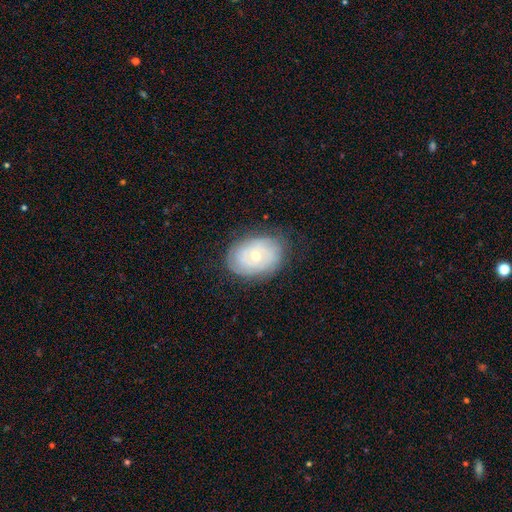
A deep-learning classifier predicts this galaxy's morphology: This is likely a featured or disk galaxy (61%). It is clearly not viewed edge-on (95%). Bar: clearly no (84%). Spiral arm pattern: likely yes (71%). Central bulge: possibly small (55%). Merging: likely none (79%).